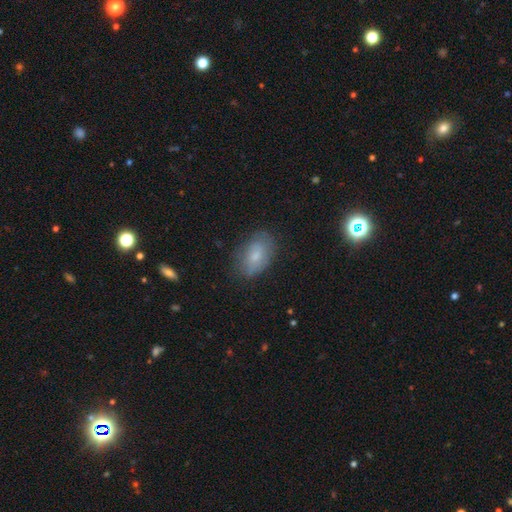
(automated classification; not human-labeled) Smooth or featured? smooth (71%)
How rounded? in between (89%)
Merging? none (74%)